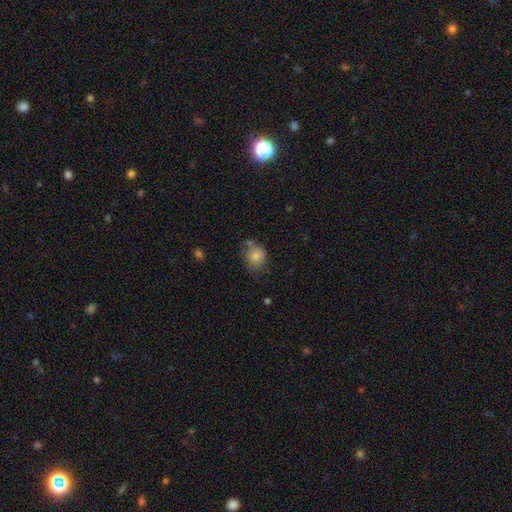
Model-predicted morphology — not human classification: Q: Smooth or featured?
A: smooth (81%); runner-up: featured or disk (10%)
Q: How rounded?
A: round (70%); runner-up: in between (29%)
Q: Merging?
A: none (59%); runner-up: minor disturbance (22%)